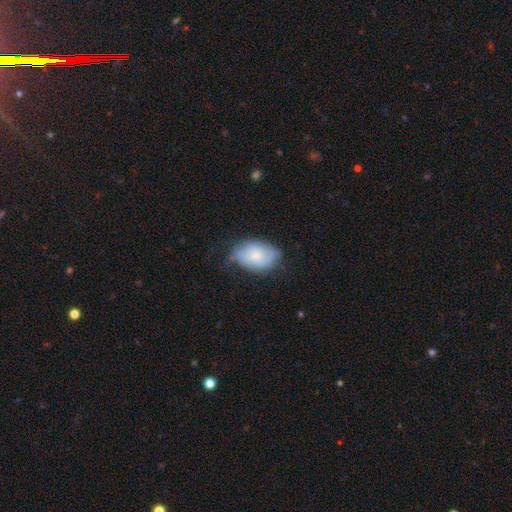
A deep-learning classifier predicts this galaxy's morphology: smooth 63%, featured or disk 30%, star or artifact 7%. Down the decision tree: how rounded — in between (89%); merging — none (50%).